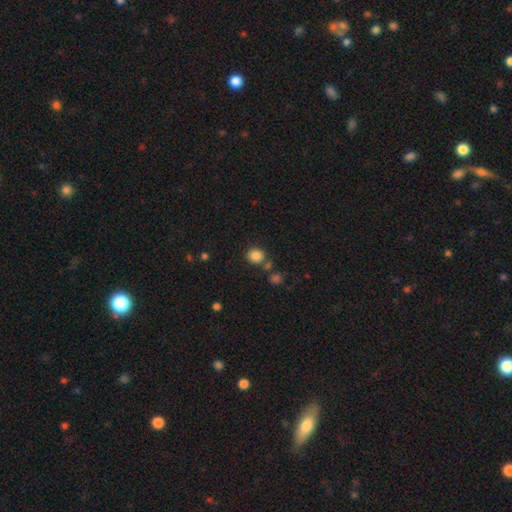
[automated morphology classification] Smooth or featured?
  - smooth: 85% *
  - star or artifact: 11%
  - featured or disk: 4%
How rounded?
  - round: 80% *
  - in between: 19%
  - cigar-shaped: 1%
Merging?
  - none: 74% *
  - merger: 12%
  - minor disturbance: 10%
  - major disturbance: 4%